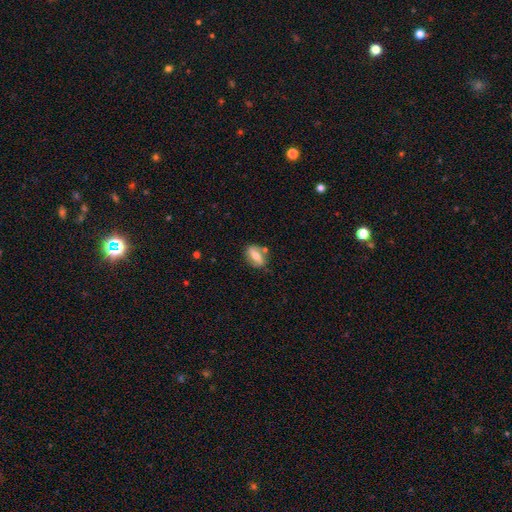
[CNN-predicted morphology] Smooth or featured? featured or disk (52%)
Edge-on disk? no (80%)
Merging? none (71%)